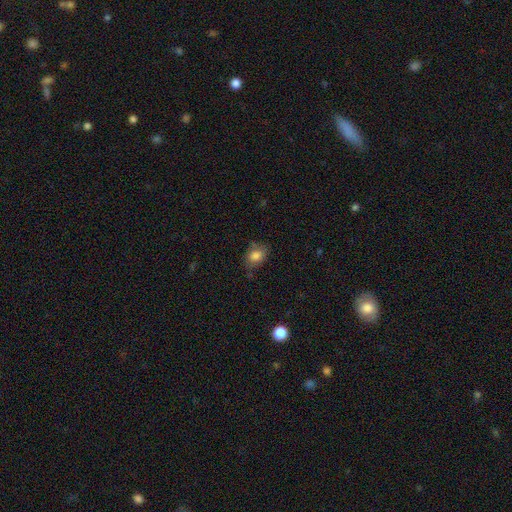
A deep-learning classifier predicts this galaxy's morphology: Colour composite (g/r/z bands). It shows a smooth galaxy with no disk features (80%) that is in between round and cigar-shaped (69%). Merging: none (65%).